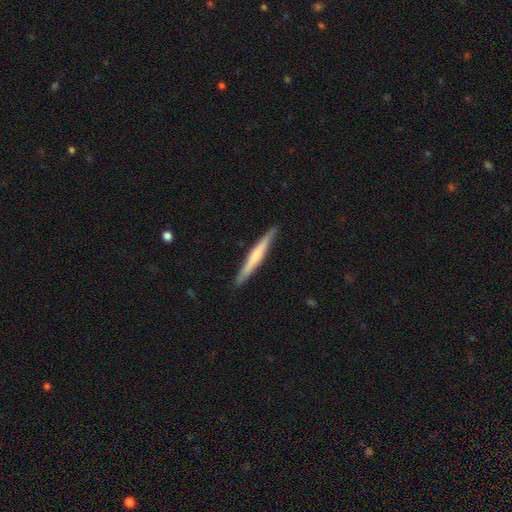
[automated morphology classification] This appears to be a featured or disk galaxy (49%). Merging: none (91%).